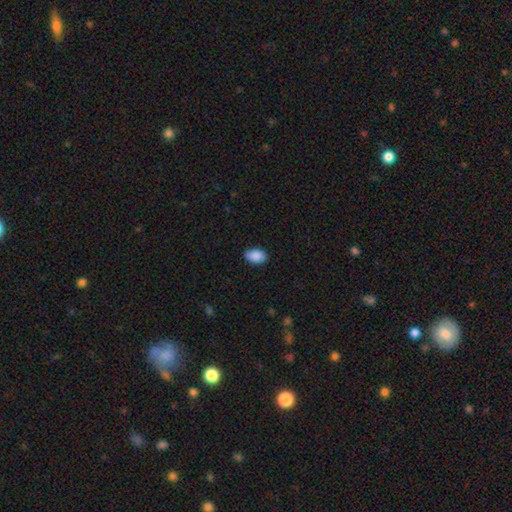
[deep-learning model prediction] This is clearly a smooth galaxy (89%). How rounded: clearly in between (90%). Merging: clearly none (84%).